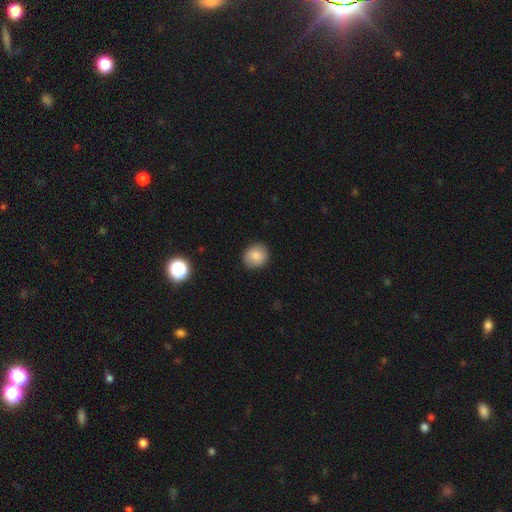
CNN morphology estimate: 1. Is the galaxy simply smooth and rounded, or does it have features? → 83% smooth, 10% star or artifact, 8% featured or disk.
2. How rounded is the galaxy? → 80% round, 19% in between, 1% cigar-shaped.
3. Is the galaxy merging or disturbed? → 88% none, 8% minor disturbance, 2% major disturbance, 1% merger.